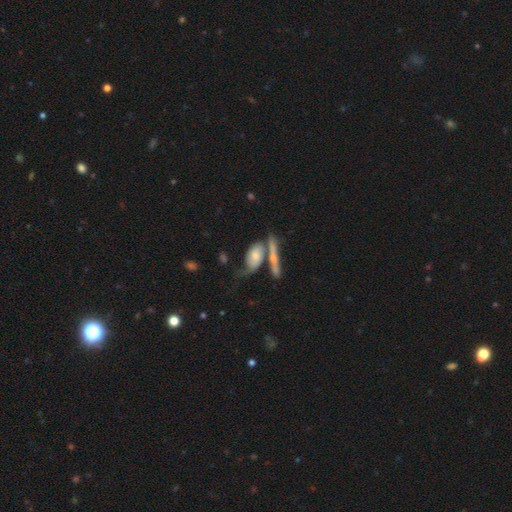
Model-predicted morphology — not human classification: This is possibly a featured or disk galaxy (50%). Merging: marginally merger (37%).